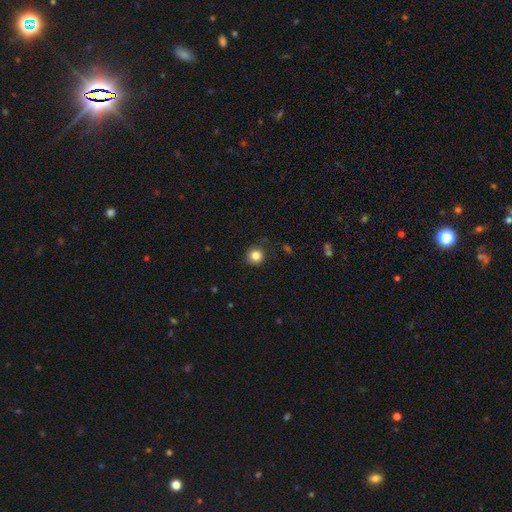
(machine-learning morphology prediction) Q: Smooth or featured?
A: smooth (84%); runner-up: star or artifact (11%)
Q: How rounded?
A: round (93%); runner-up: in between (6%)
Q: Merging?
A: none (89%); runner-up: minor disturbance (8%)